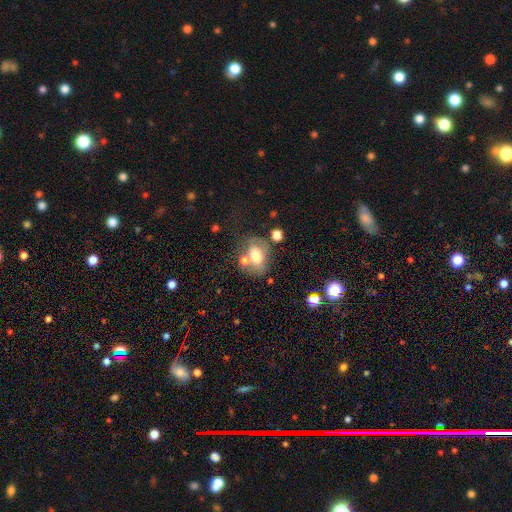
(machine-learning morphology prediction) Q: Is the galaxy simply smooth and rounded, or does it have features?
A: smooth — 64%.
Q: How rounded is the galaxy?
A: in between — 74%.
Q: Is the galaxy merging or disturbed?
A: none — 44%.